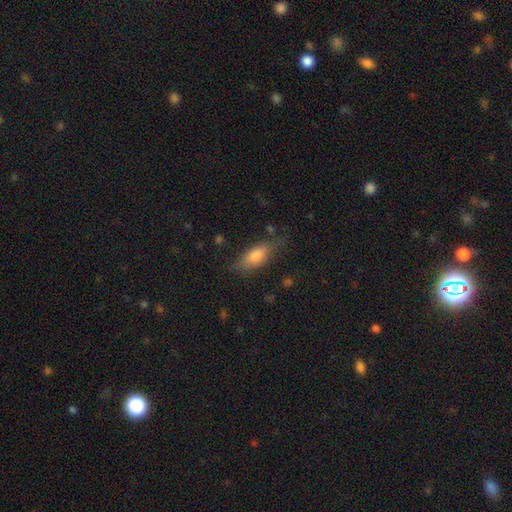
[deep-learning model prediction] Smooth or featured?
  - smooth: 77% *
  - featured or disk: 16%
  - star or artifact: 7%
How rounded?
  - in between: 76% *
  - cigar-shaped: 22%
  - round: 3%
Merging?
  - none: 70% *
  - minor disturbance: 21%
  - major disturbance: 7%
  - merger: 2%